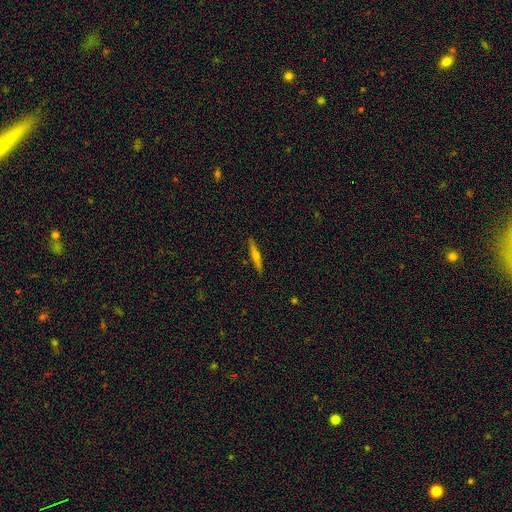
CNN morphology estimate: This appears to be a featured or disk galaxy (56%) viewed edge-on (97%) with a rounded central bulge (84%). Merging: none (90%).